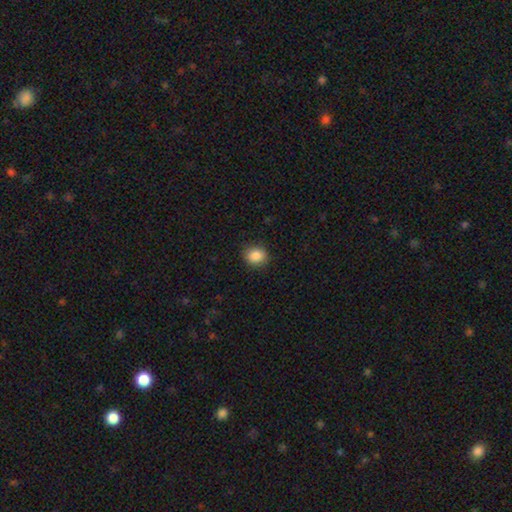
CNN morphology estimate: Q: Smooth or featured?
A: smooth (87%); runner-up: star or artifact (9%)
Q: How rounded?
A: round (72%); runner-up: in between (27%)
Q: Merging?
A: none (88%); runner-up: minor disturbance (9%)